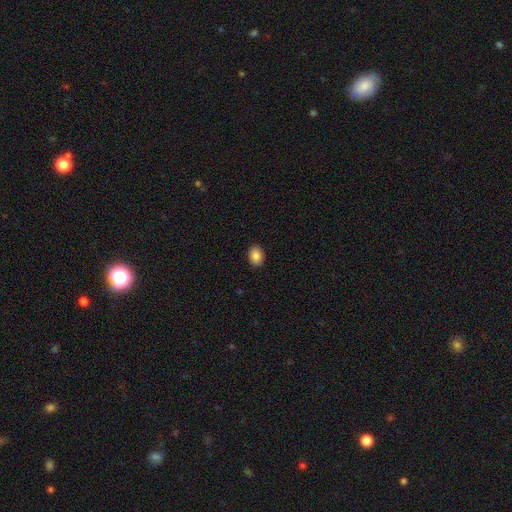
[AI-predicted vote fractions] Morphology: type=smooth (87%); roundness=in between (66%); merging=none (90%).